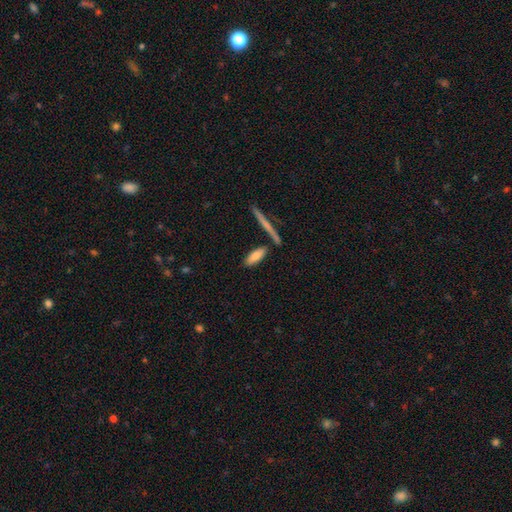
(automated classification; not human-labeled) A smooth galaxy with no disk features (78%) that is in between round and cigar-shaped (52%). Merging: none (74%).